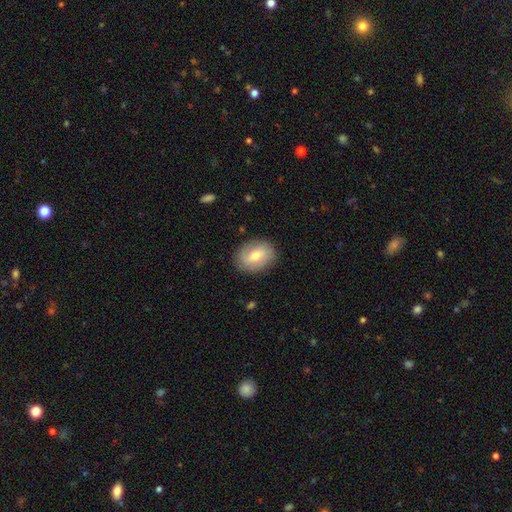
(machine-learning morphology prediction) Overall: smooth (53%; featured or disk 39%). How rounded: in between (66%; round 33%). Merging: none (84%).